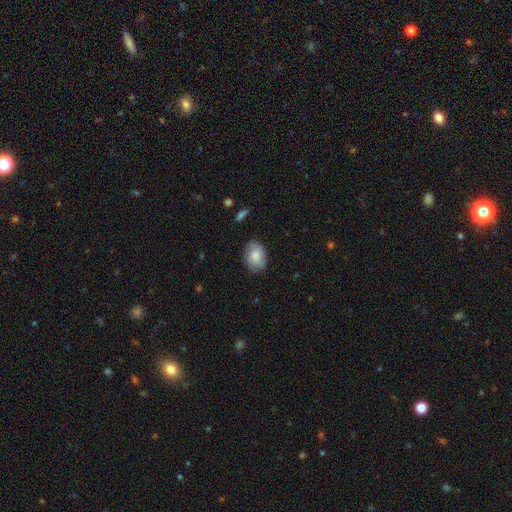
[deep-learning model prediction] Smooth or featured?
  - smooth: 76% *
  - featured or disk: 17%
  - star or artifact: 7%
How rounded?
  - in between: 78% *
  - round: 21%
  - cigar-shaped: 1%
Merging?
  - none: 74% *
  - minor disturbance: 20%
  - major disturbance: 4%
  - merger: 1%